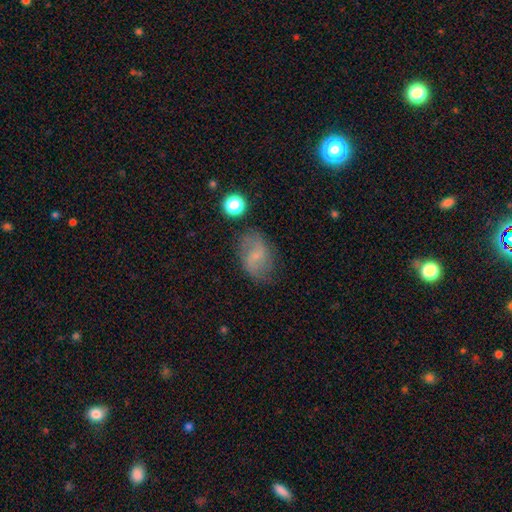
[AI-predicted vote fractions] smooth-or-featured: featured or disk: 54% | smooth: 36% | star or artifact: 10%
  disk-edge-on: no: 96% | yes: 4%
    bar: weak: 48% | no: 39% | strong: 13%
    has-spiral-arms: yes: 83% | no: 17%
    bulge-size: small: 67% | none: 16% | moderate: 15% | large: 1% | dominant: 1%
  merging: none: 71% | minor disturbance: 19% | major disturbance: 7% | merger: 3%